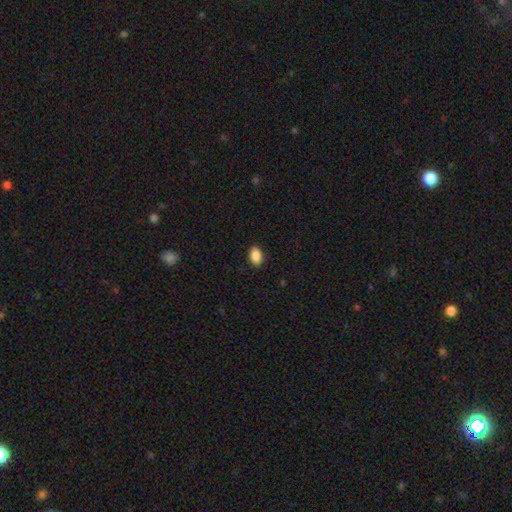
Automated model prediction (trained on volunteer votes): Smooth or featured? Predicted: smooth (p=0.89). How rounded? Predicted: in between (p=0.86). Merging? Predicted: none (p=0.89).